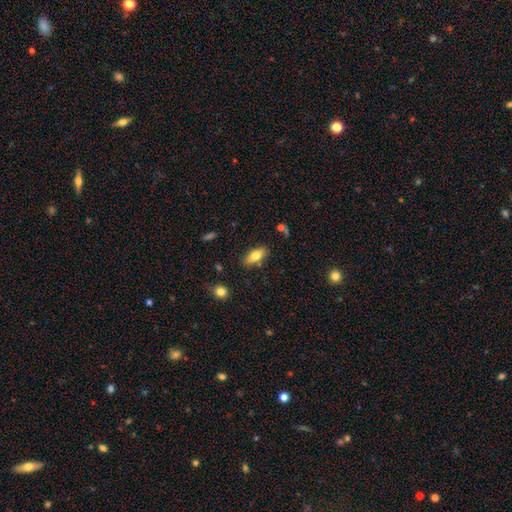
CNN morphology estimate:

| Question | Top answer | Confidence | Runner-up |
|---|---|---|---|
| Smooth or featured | smooth | 74% | featured or disk (19%) |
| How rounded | in between | 83% | cigar-shaped (14%) |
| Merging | none | 82% | minor disturbance (12%) |